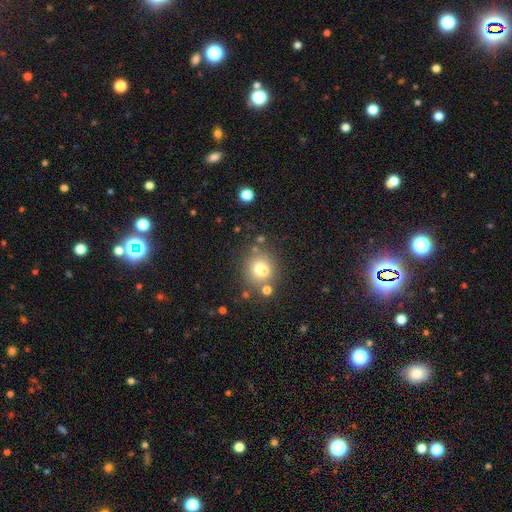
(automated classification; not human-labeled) A smooth galaxy with no disk features (65%) that is round (80%).

Vote fractions:
- Smooth or featured? smooth: 65% / star or artifact: 24% / featured or disk: 10%
- How rounded? round: 80% / in between: 19% / cigar-shaped: 1%
- Merging? none: 75% / merger: 11% / minor disturbance: 10% / major disturbance: 4%